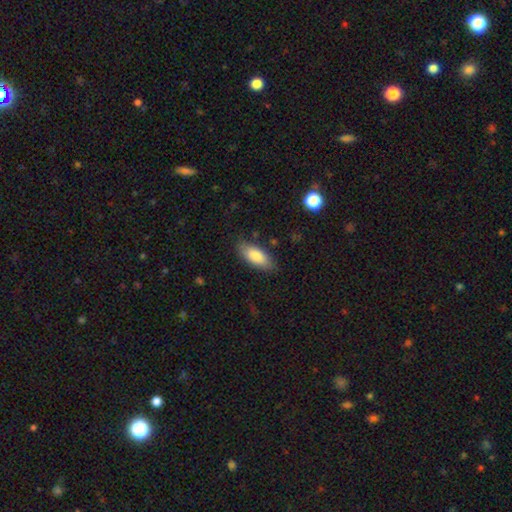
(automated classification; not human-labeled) smooth 83%, featured or disk 11%, star or artifact 6%. Down the decision tree: how rounded — in between (83%); merging — none (81%).